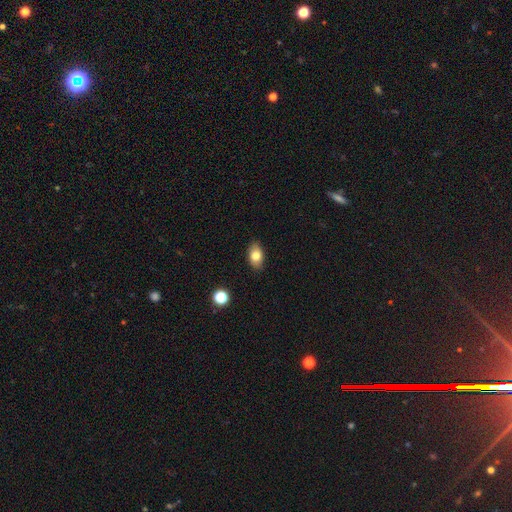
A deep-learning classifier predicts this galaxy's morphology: type=smooth (79%); roundness=in between (88%); merging=none (86%).